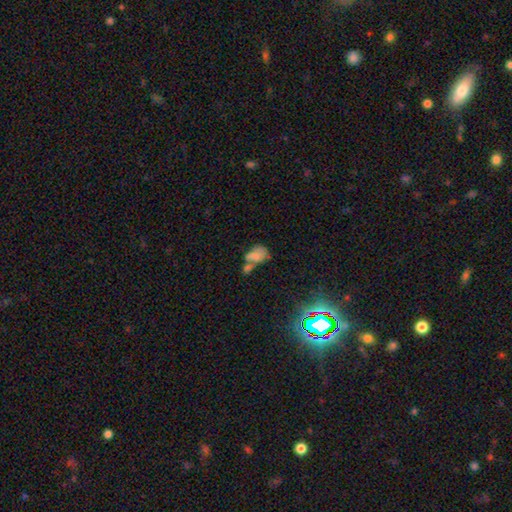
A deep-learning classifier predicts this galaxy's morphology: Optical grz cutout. It shows a smooth galaxy with no disk features (67%) that is in between round and cigar-shaped (78%). Merging: merger (56%).